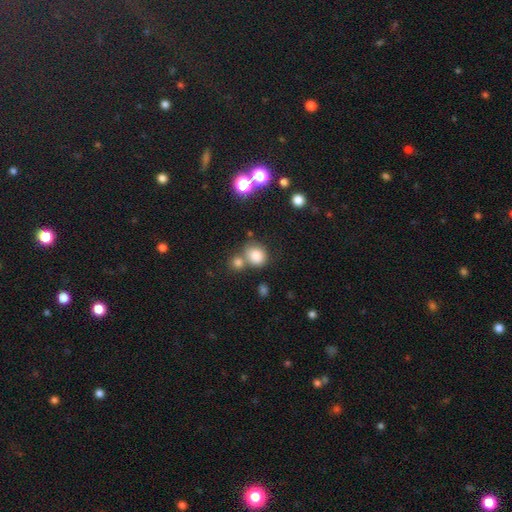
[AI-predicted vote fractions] A smooth galaxy with no disk features (82%) that is round (72%). Merging: none (54%).